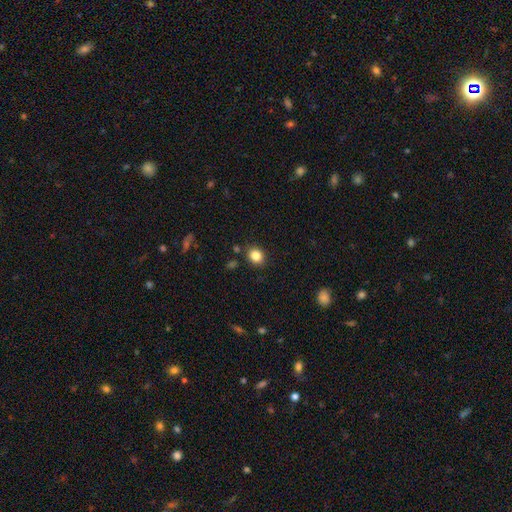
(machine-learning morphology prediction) smooth_or_featured: smooth (p=0.84) [alt: star or artifact p=0.11]
how_rounded: round (p=0.66) [alt: in between p=0.33]
merging: none (p=0.86) [alt: minor disturbance p=0.09]